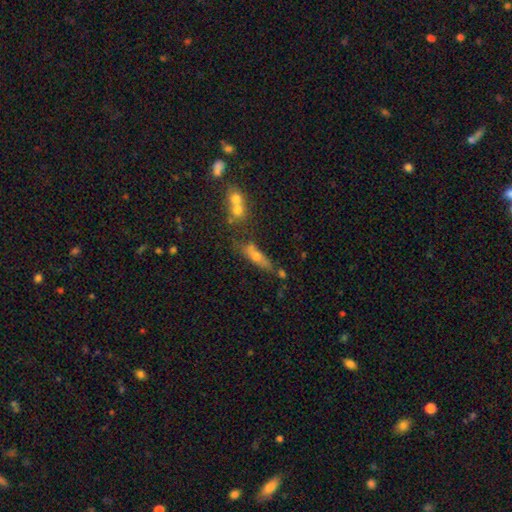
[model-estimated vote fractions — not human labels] Smooth or featured?
  - smooth: 53% *
  - featured or disk: 35%
  - star or artifact: 12%
How rounded?
  - cigar-shaped: 58% *
  - in between: 37%
  - round: 5%
Merging?
  - none: 50% *
  - merger: 22%
  - minor disturbance: 19%
  - major disturbance: 8%